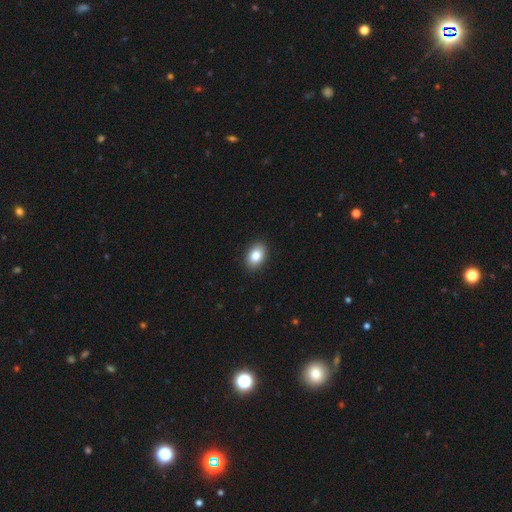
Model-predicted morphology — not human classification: This is clearly a smooth galaxy (84%). How rounded: clearly in between (85%). Merging: clearly none (90%).